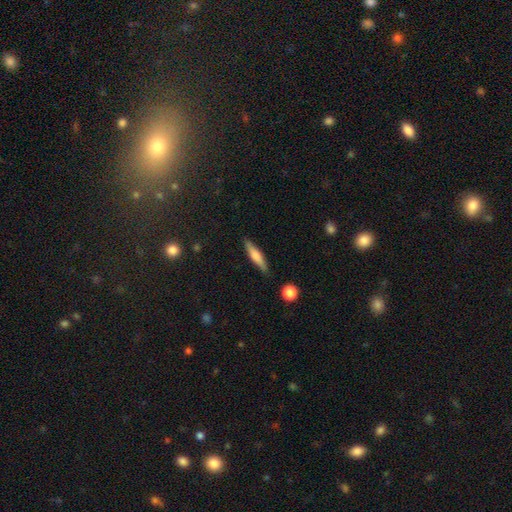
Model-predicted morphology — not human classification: This appears to be a smooth galaxy with no disk features (61%) that is cigar-shaped (83%). Merging: none (86%).